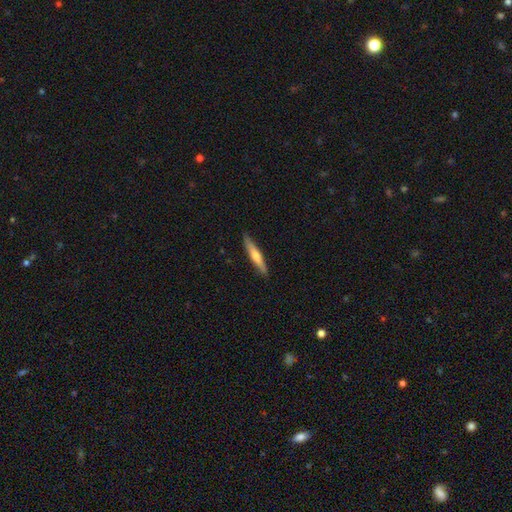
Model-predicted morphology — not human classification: Smooth or featured? Predicted: smooth (p=0.52). How rounded? Predicted: cigar-shaped (p=0.91). Merging? Predicted: none (p=0.89).